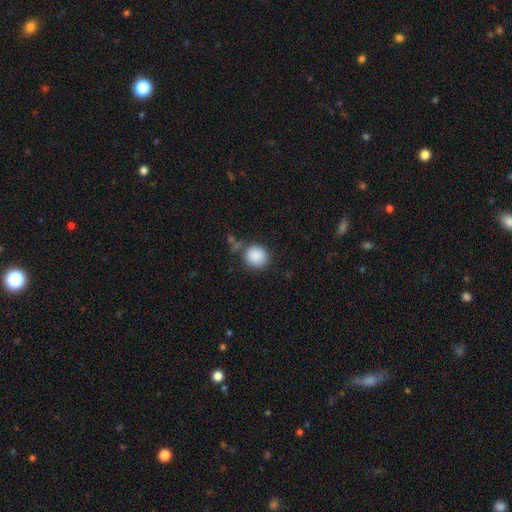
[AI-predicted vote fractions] smooth-or-featured: smooth: 88% | star or artifact: 8% | featured or disk: 3%
  how-rounded: round: 87% | in between: 12% | cigar-shaped: 1%
  merging: none: 74% | minor disturbance: 15% | merger: 6% | major disturbance: 6%